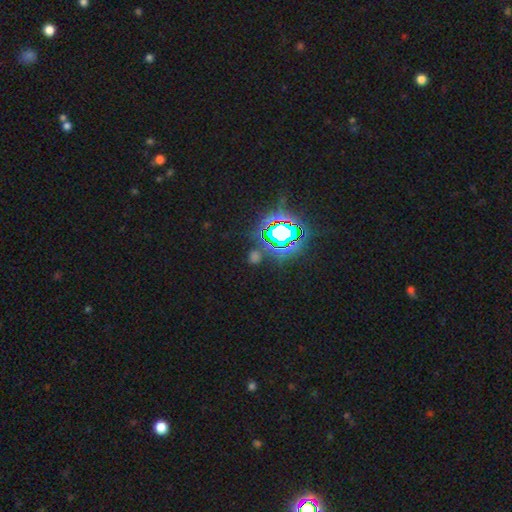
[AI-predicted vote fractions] smooth-or-featured: star or artifact: 65% | smooth: 27% | featured or disk: 8%